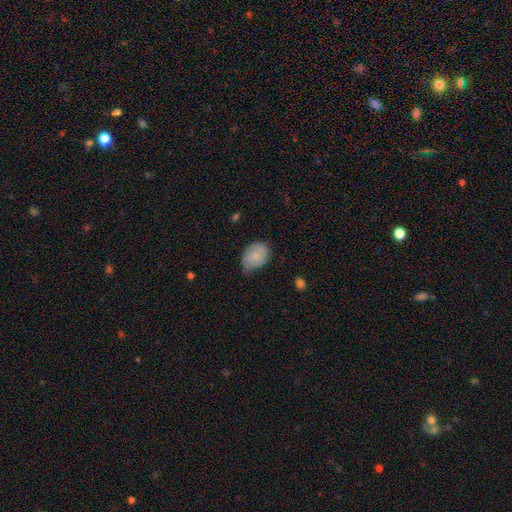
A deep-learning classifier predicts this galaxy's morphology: The model was most divided on "merging": none: 54%, minor disturbance: 38%, major disturbance: 7%, merger: 2%. More confident: smooth or featured — smooth (84%); how rounded — in between (76%).